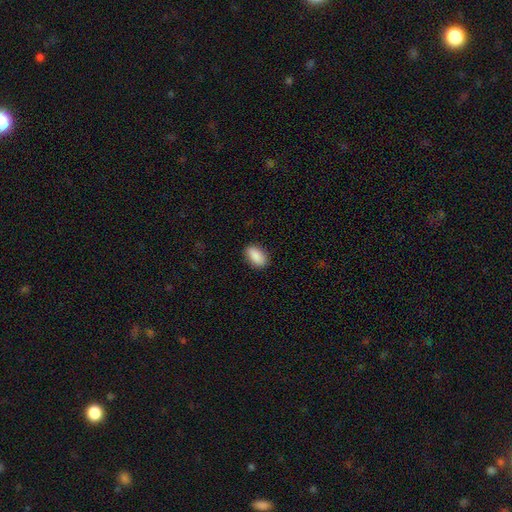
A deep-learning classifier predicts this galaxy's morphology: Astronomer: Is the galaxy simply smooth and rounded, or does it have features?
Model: smooth — 90%.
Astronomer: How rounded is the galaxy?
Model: in between — 92%.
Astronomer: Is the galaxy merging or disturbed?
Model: none — 87%.